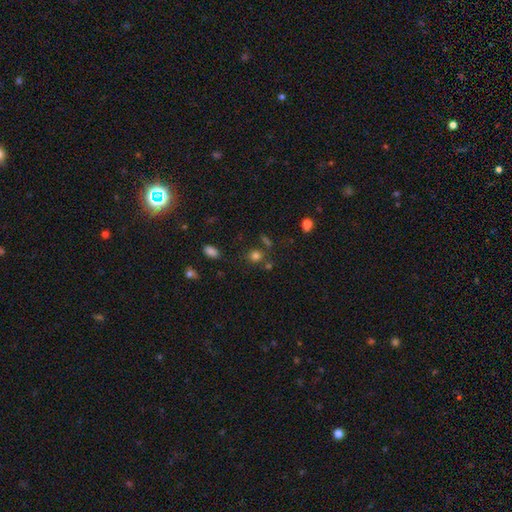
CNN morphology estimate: Smooth or featured: smooth — 77% (star or artifact — 16%)
How rounded: round — 78% (in between — 21%)
Merging: none — 71% (merger — 12%)